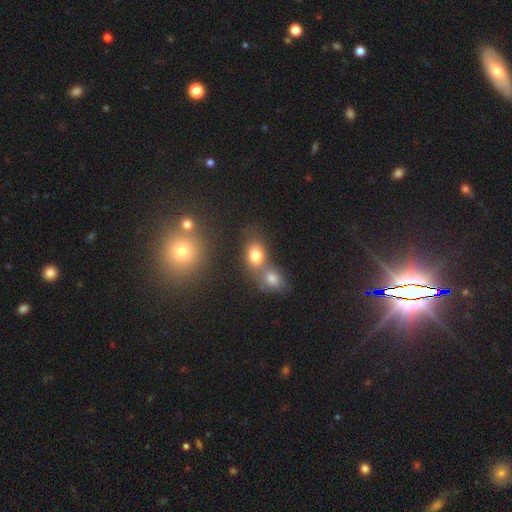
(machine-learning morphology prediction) smooth-or-featured: smooth: 76% | star or artifact: 14% | featured or disk: 11%
  how-rounded: in between: 61% | round: 37% | cigar-shaped: 2%
  merging: merger: 49% | none: 38% | minor disturbance: 9% | major disturbance: 4%